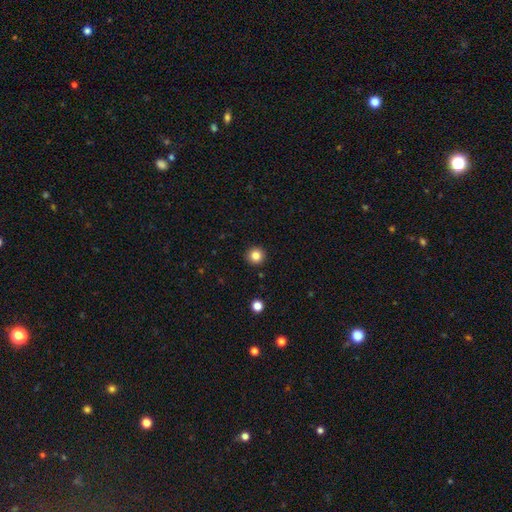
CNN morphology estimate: type=smooth (83%); roundness=round (95%); merging=none (93%).